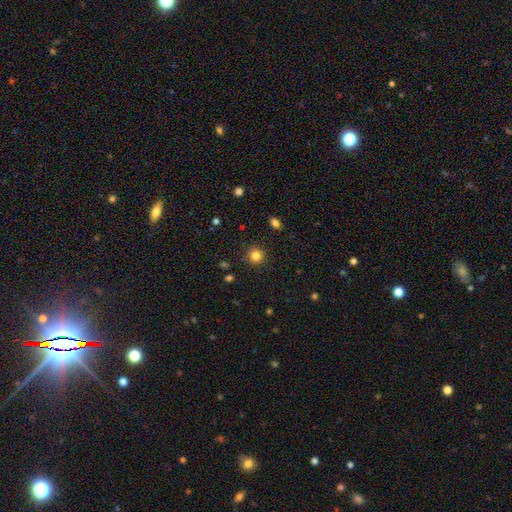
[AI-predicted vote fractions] A smooth galaxy with no disk features (82%) that is round (90%). Merging: none (89%).